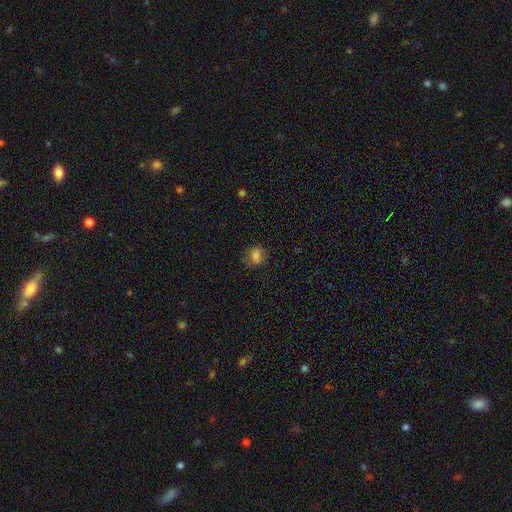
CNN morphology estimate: Overall: smooth (81%). How rounded: round (61%; in between 38%). Merging: none (74%).